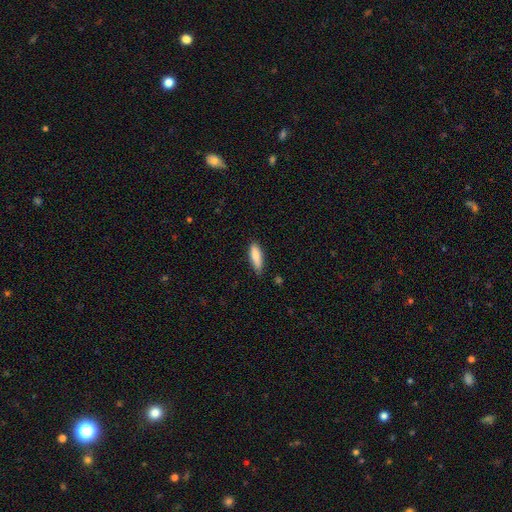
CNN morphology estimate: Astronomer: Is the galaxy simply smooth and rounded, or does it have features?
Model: smooth — 86%.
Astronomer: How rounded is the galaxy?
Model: cigar-shaped — 51% (runner-up: in between, 48%).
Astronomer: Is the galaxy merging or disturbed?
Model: none — 76%.